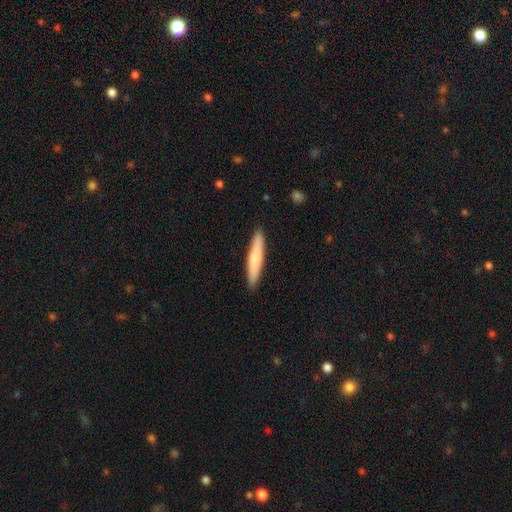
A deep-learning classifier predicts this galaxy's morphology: This appears to be a smooth galaxy with no disk features (67%) that is cigar-shaped (92%). Merging: none (91%).